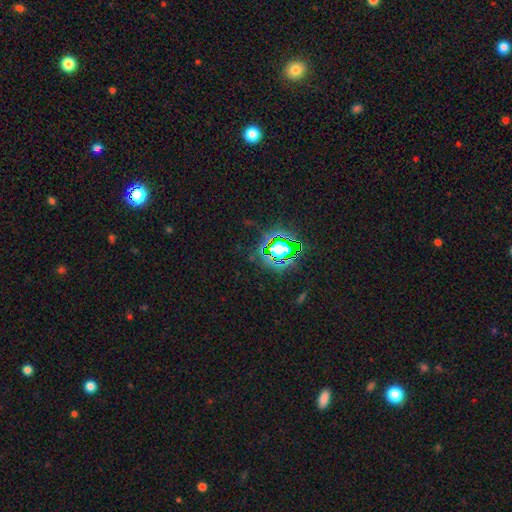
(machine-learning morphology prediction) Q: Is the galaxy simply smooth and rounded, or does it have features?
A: star or artifact — 79%.